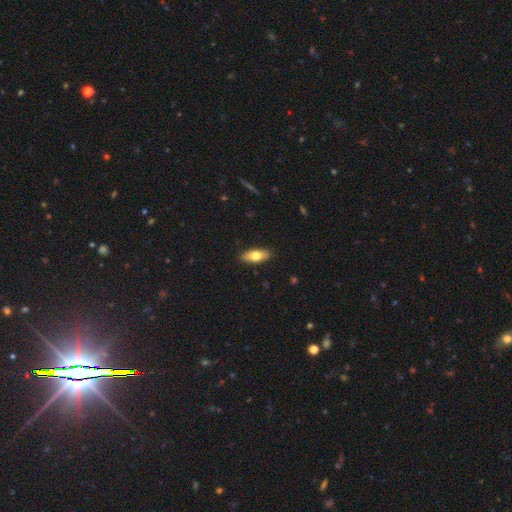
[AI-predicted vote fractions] smooth_or_featured: smooth (p=0.71) [alt: featured or disk p=0.23]
how_rounded: in between (p=0.79) [alt: cigar-shaped p=0.18]
merging: none (p=0.89) [alt: minor disturbance p=0.08]